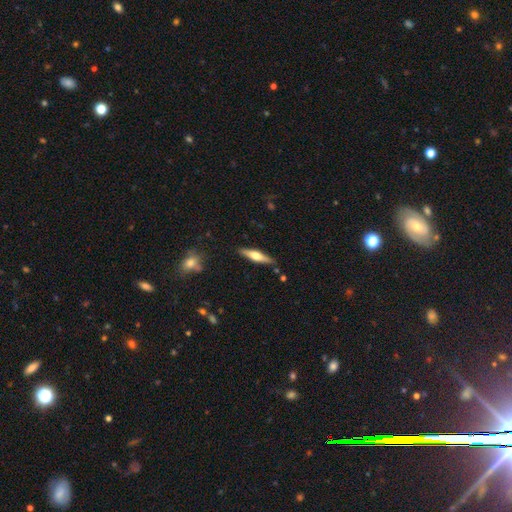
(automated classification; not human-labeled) smooth_or_featured: featured or disk (p=0.51) [alt: smooth p=0.44]
disk_edge_on: yes (p=0.94) [alt: no p=0.06]
merging: none (p=0.86) [alt: minor disturbance p=0.10]